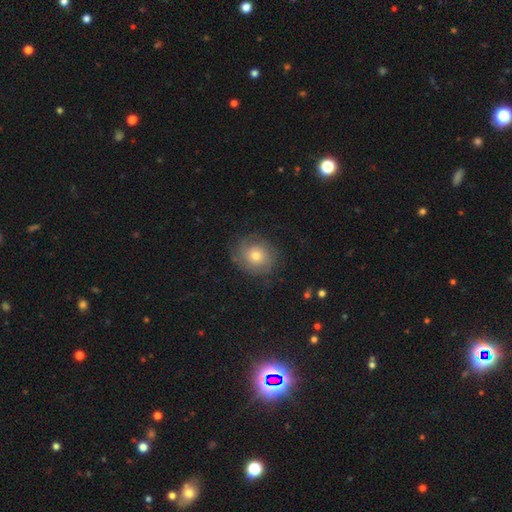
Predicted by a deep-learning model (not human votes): Smooth or featured? Predicted: featured or disk (p=0.48). Merging? Predicted: none (p=0.75).